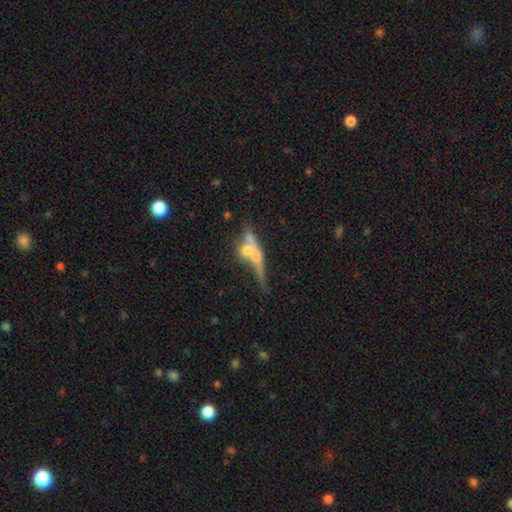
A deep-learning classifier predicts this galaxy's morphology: A featured or disk galaxy (51%) viewed edge-on (68%).

Vote fractions:
- Smooth or featured? featured or disk: 51% / smooth: 38% / star or artifact: 10%
- Edge-on disk? yes: 68% / no: 32%
- Merging? merger: 45% / none: 33% / minor disturbance: 12% / major disturbance: 10%